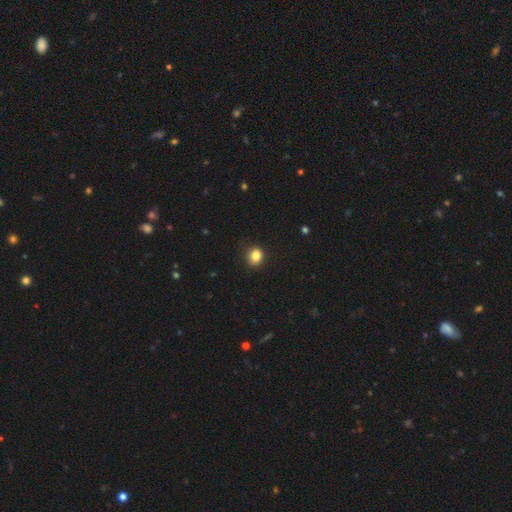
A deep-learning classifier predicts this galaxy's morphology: Smooth or featured: smooth — 85% (star or artifact — 11%)
How rounded: round — 67% (in between — 32%)
Merging: none — 85% (minor disturbance — 12%)